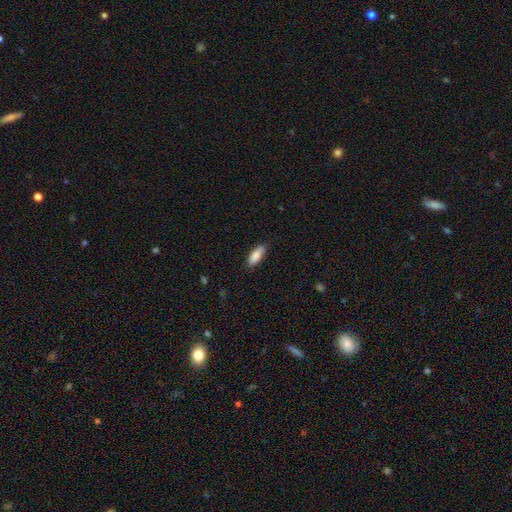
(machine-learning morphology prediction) smooth_or_featured: smooth (p=0.87) [alt: featured or disk p=0.07]
how_rounded: in between (p=0.72) [alt: cigar-shaped p=0.27]
merging: none (p=0.80) [alt: minor disturbance p=0.16]